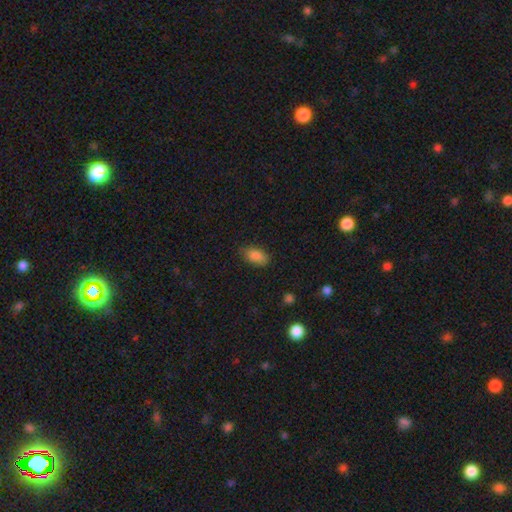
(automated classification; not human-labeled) This appears to be a smooth galaxy with no disk features (85%) that is in between round and cigar-shaped (91%). Merging: none (79%).